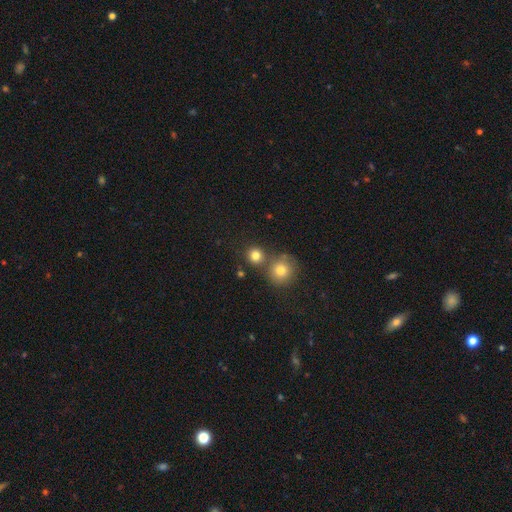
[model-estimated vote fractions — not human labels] A smooth galaxy with no disk features (80%) that is round (91%).

Vote fractions:
- Smooth or featured? smooth: 80% / star or artifact: 13% / featured or disk: 7%
- How rounded? round: 91% / in between: 9% / cigar-shaped: 1%
- Merging? none: 70% / merger: 20% / minor disturbance: 7% / major disturbance: 3%